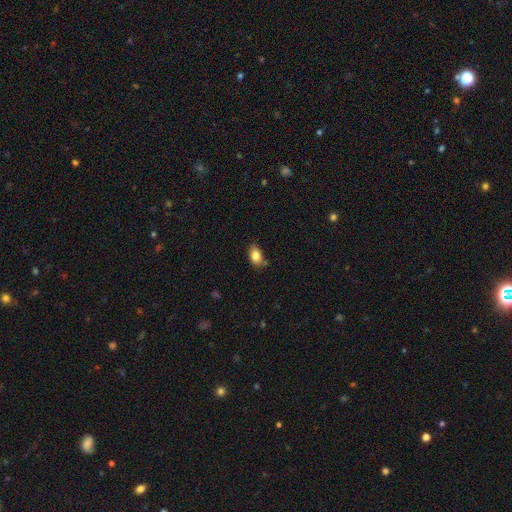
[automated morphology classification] Smooth or featured? Predicted: smooth (p=0.84). How rounded? Predicted: in between (p=0.86). Merging? Predicted: none (p=0.74).